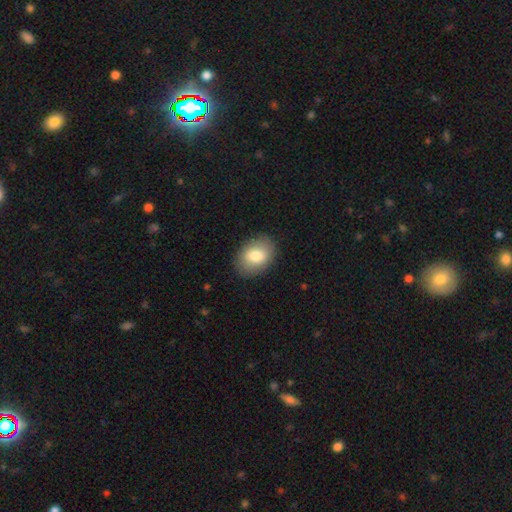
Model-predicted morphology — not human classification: smooth_or_featured: smooth (p=0.78) [alt: featured or disk p=0.15]
how_rounded: in between (p=0.75) [alt: round p=0.24]
merging: none (p=0.86) [alt: minor disturbance p=0.10]